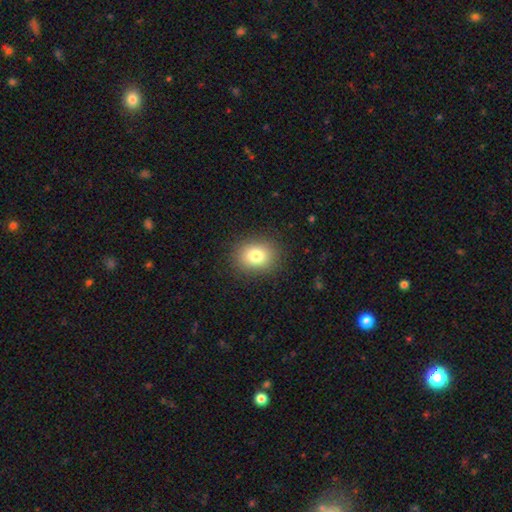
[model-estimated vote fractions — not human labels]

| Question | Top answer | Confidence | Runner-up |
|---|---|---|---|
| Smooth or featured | smooth | 80% | star or artifact (11%) |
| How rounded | round | 55% | in between (45%) |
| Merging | none | 88% | minor disturbance (8%) |